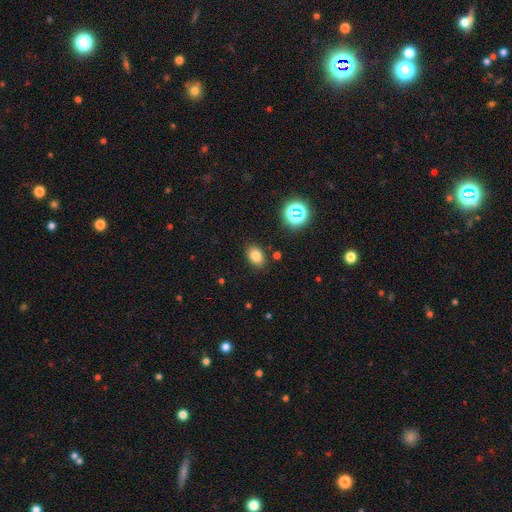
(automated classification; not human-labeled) This is likely a smooth galaxy (79%). How rounded: likely in between (77%). Merging: clearly none (85%).